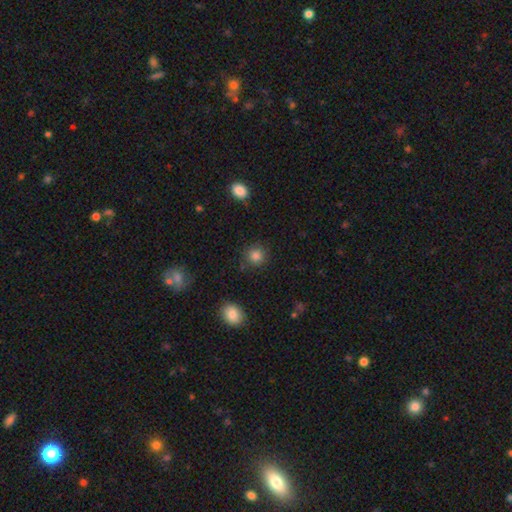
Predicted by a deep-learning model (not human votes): Smooth or featured: smooth — 85% (star or artifact — 11%)
How rounded: round — 91% (in between — 8%)
Merging: none — 87% (minor disturbance — 8%)